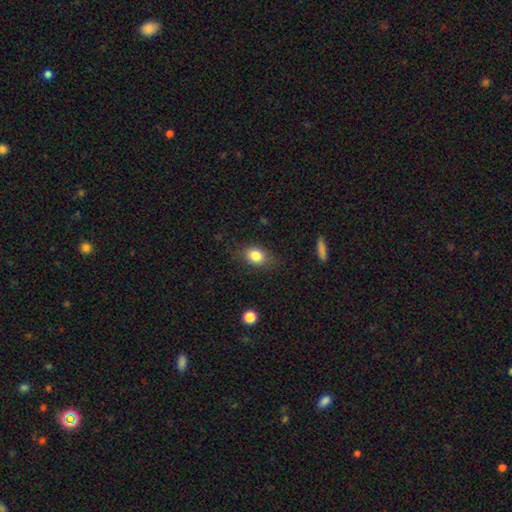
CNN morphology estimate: This appears to be a smooth galaxy with no disk features (83%) that is in between round and cigar-shaped (63%). Merging: none (77%).